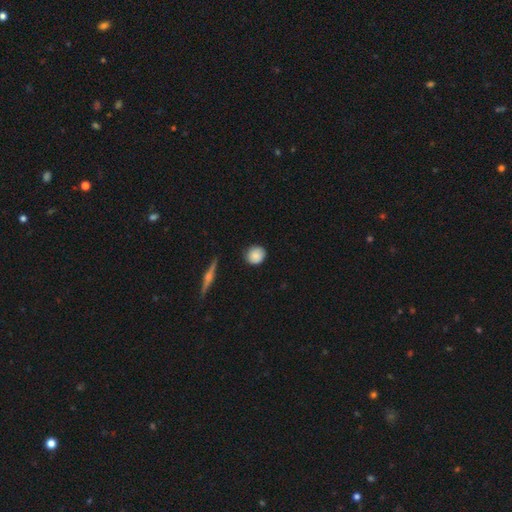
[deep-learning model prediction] Morphology: type=smooth (82%); roundness=round (89%); merging=none (84%).